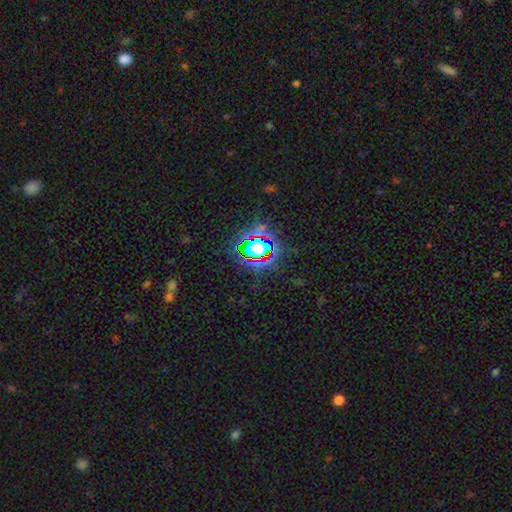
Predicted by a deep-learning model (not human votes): star or artifact 81%, smooth 12%, featured or disk 7%.